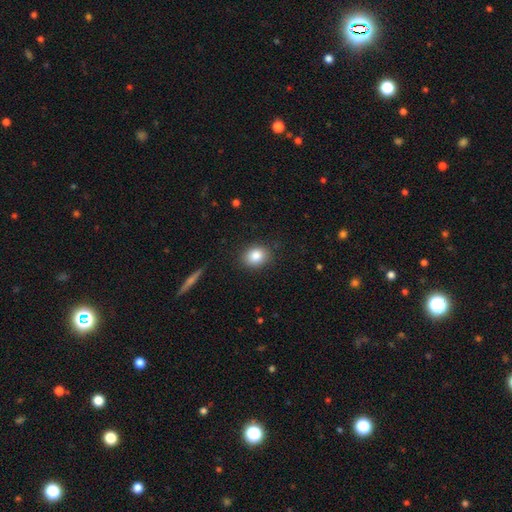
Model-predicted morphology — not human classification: A smooth galaxy with no disk features (85%) that is round (51%).

Vote fractions:
- Smooth or featured? smooth: 85% / star or artifact: 9% / featured or disk: 6%
- How rounded? round: 51% / in between: 48% / cigar-shaped: 1%
- Merging? none: 86% / minor disturbance: 10% / major disturbance: 3% / merger: 1%